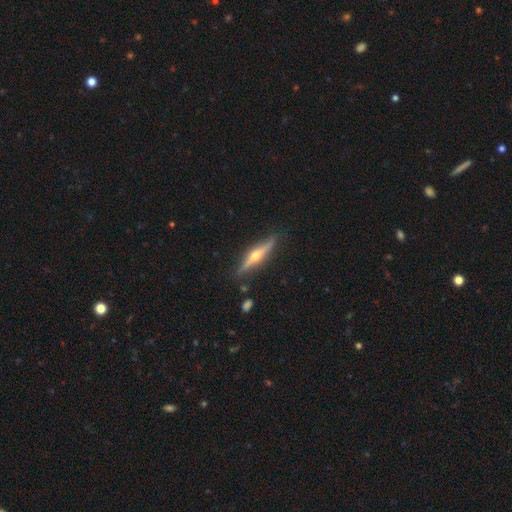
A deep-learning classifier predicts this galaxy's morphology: The model was most divided on "smooth or featured": featured or disk: 72%, smooth: 22%, star or artifact: 5%. More confident: edge-on disk — yes (96%); edge-on bulge — rounded (94%); merging — none (84%).